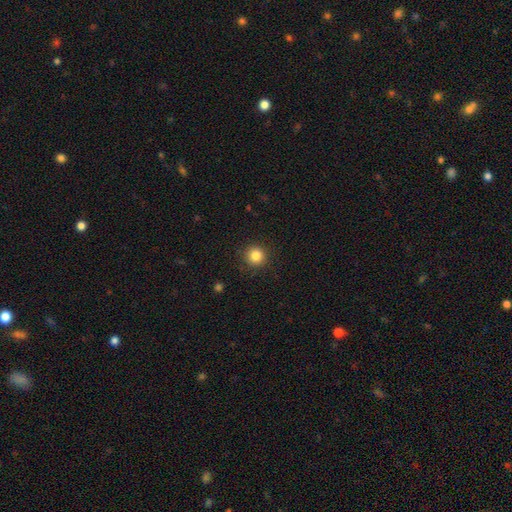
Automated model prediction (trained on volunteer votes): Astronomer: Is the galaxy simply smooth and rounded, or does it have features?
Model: smooth — 84%.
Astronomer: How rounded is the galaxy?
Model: round — 94%.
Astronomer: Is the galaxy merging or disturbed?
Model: none — 91%.